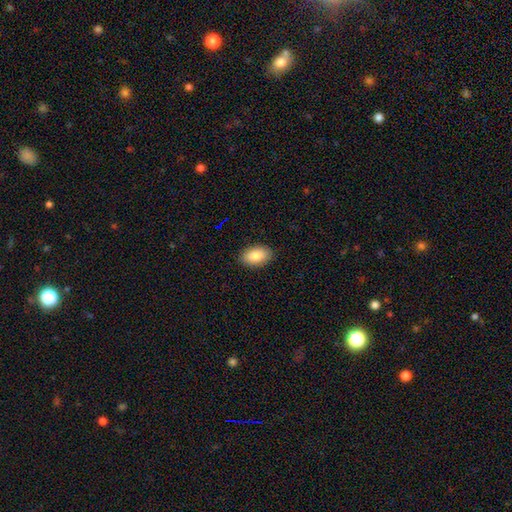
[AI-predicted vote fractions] The model was most divided on "merging": none: 89%, minor disturbance: 8%, major disturbance: 2%, merger: 1%. More confident: how rounded — in between (93%); smooth or featured — smooth (88%).